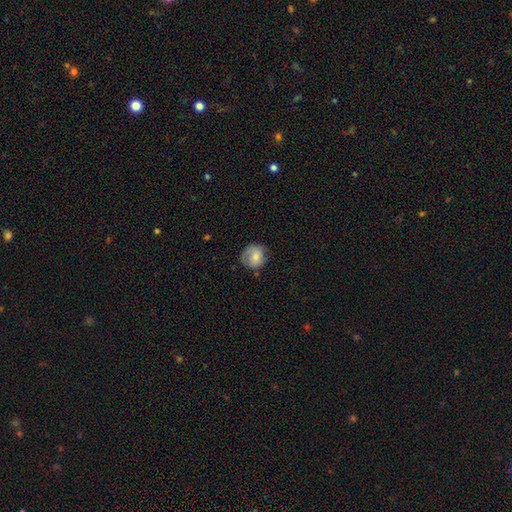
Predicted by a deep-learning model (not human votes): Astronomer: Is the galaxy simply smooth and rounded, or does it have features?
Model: smooth — 69%.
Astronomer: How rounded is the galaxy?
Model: round — 80%.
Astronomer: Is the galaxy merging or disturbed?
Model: none — 64%.